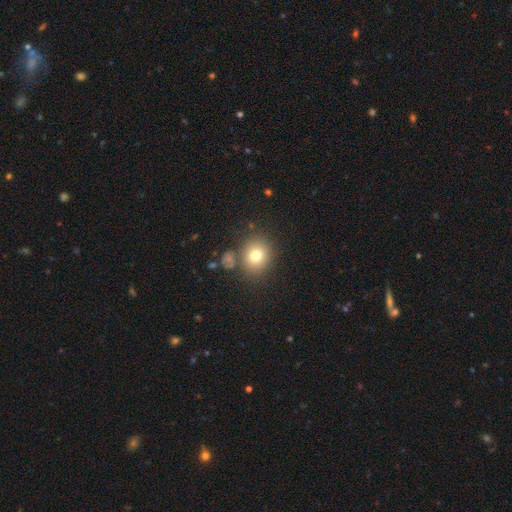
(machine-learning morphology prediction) Smooth or featured?
  - smooth: 76% *
  - star or artifact: 13%
  - featured or disk: 11%
How rounded?
  - round: 72% *
  - in between: 27%
  - cigar-shaped: 1%
Merging?
  - none: 77% *
  - minor disturbance: 11%
  - merger: 8%
  - major disturbance: 4%